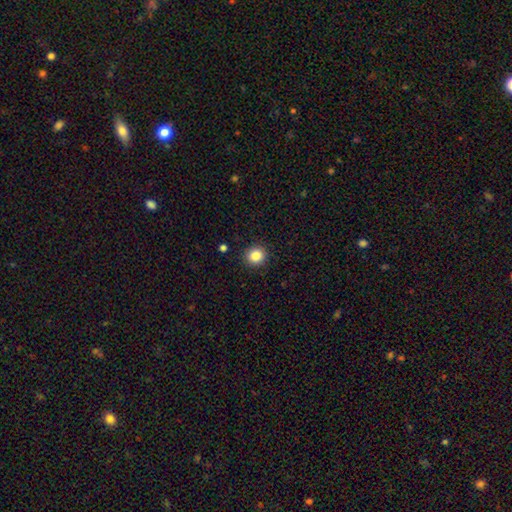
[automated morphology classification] This appears to be a smooth galaxy with no disk features (85%) that is round (91%). Merging: none (91%).